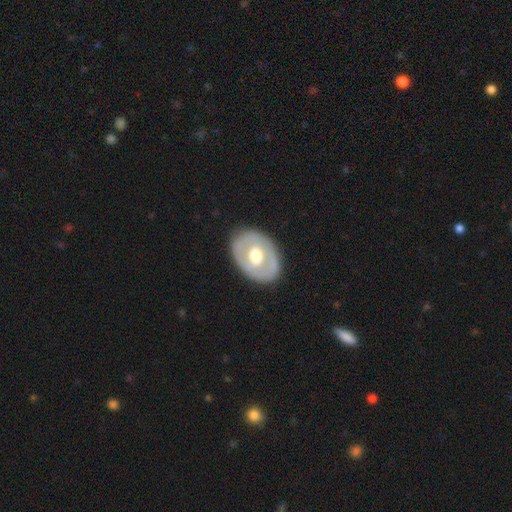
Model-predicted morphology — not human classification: A featured or disk galaxy (54%). Merging: none (85%).